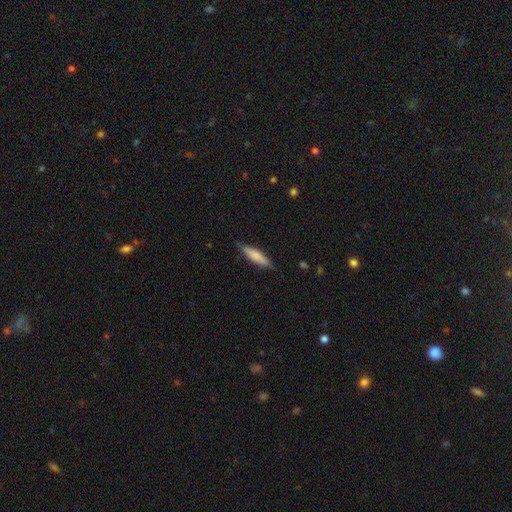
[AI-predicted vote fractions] Smooth or featured? Predicted: smooth (p=0.68). How rounded? Predicted: cigar-shaped (p=0.75). Merging? Predicted: none (p=0.82).